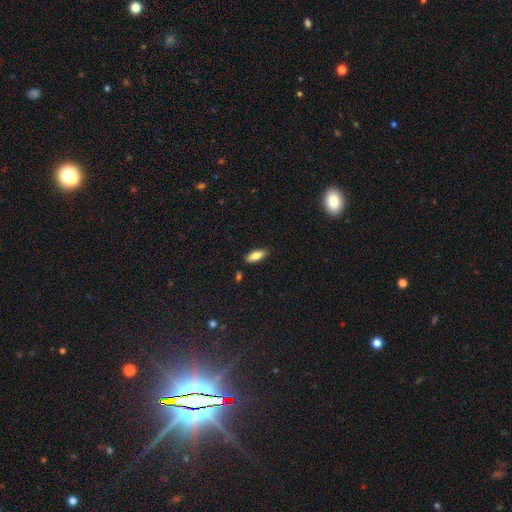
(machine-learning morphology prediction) Smooth or featured?
  - smooth: 81% *
  - featured or disk: 12%
  - star or artifact: 7%
How rounded?
  - in between: 76% *
  - cigar-shaped: 22%
  - round: 2%
Merging?
  - none: 86% *
  - minor disturbance: 10%
  - major disturbance: 2%
  - merger: 2%